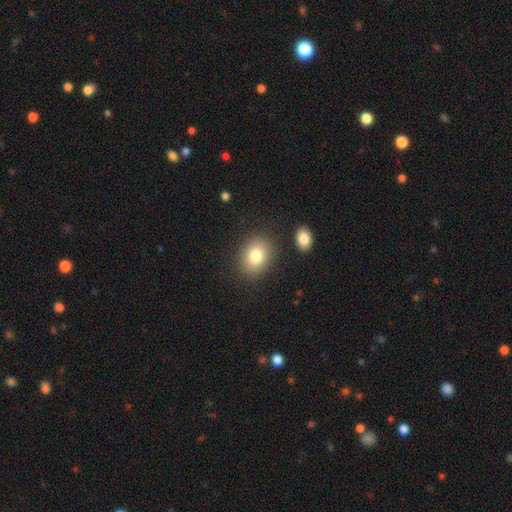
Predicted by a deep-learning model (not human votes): smooth-or-featured: smooth: 81% | star or artifact: 10% | featured or disk: 9%
  how-rounded: in between: 55% | round: 44% | cigar-shaped: 1%
  merging: none: 84% | minor disturbance: 9% | merger: 4% | major disturbance: 3%